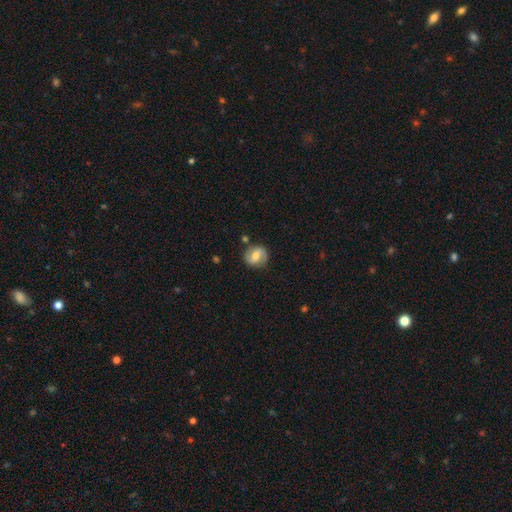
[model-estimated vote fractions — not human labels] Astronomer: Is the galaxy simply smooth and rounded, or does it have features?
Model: featured or disk — 57% (runner-up: smooth, 36%).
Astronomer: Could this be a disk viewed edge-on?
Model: no — 97%.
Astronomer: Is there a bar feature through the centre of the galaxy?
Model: weak — 48% (runner-up: no, 31%).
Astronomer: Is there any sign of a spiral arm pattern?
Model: yes — 88%.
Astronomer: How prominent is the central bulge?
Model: moderate — 60%.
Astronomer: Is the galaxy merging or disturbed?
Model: none — 80%.